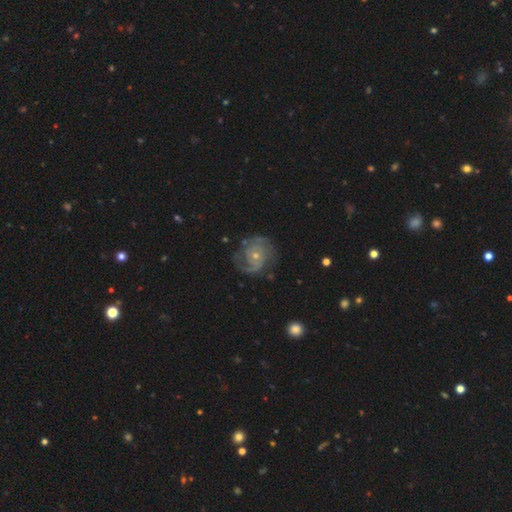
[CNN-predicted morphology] A featured or disk galaxy (85%) with no bar (72%), 2 (62%) tight (47%) spiral arms (94%) and a small central bulge (67%).

Vote fractions:
- Smooth or featured? featured or disk: 85% / smooth: 9% / star or artifact: 6%
- Edge-on disk? no: 98% / yes: 2%
- Bar? no: 72% / weak: 24% / strong: 5%
- Spiral arms? yes: 94% / no: 6%
- Spiral winding? tight: 47% / medium: 40% / loose: 14%
- Spiral arm count? 2: 62% / can't tell: 16% / 3: 10% / 1: 6% / 4: 4% / more than 4: 3%
- Bulge size? small: 67% / moderate: 29% / none: 2% / large: 1% / dominant: 1%
- Merging? none: 70% / minor disturbance: 18% / major disturbance: 10% / merger: 2%